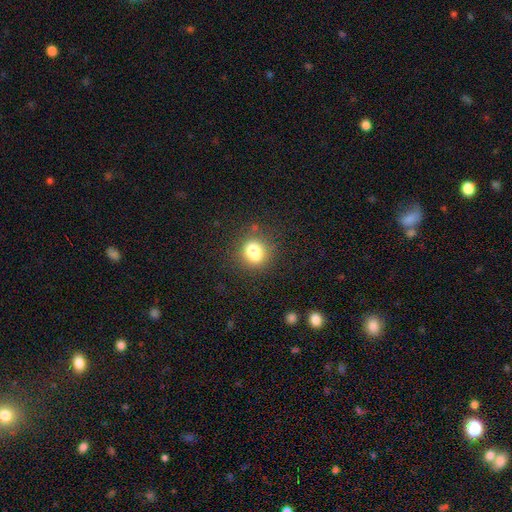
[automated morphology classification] smooth-or-featured: smooth: 75% | featured or disk: 13% | star or artifact: 12%
  how-rounded: round: 74% | in between: 25% | cigar-shaped: 1%
  merging: none: 66% | minor disturbance: 16% | merger: 13% | major disturbance: 6%